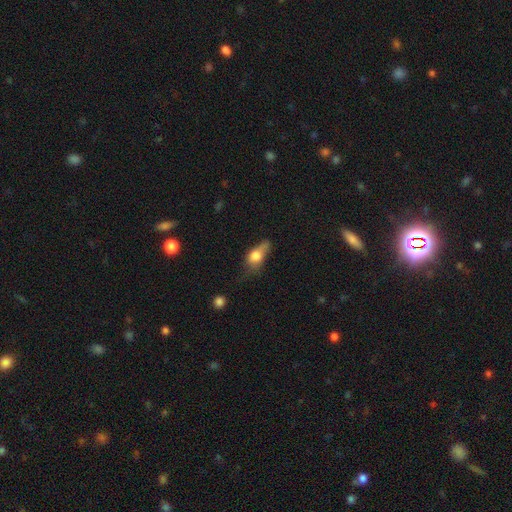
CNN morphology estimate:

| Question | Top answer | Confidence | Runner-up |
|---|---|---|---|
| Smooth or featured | smooth | 71% | featured or disk (19%) |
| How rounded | in between | 69% | round (20%) |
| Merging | minor disturbance | 36% | major disturbance (30%) |